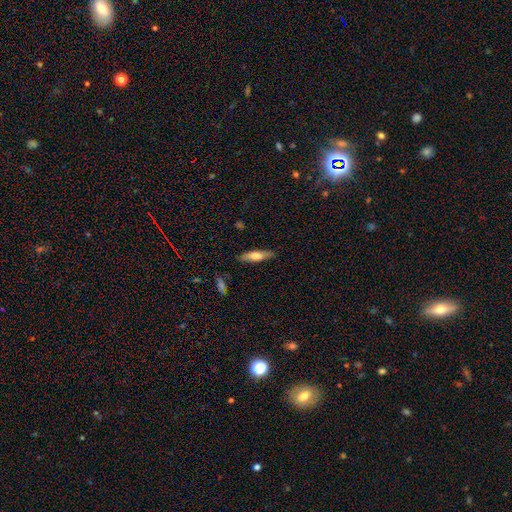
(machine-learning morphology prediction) Smooth or featured? Predicted: smooth (p=0.63). How rounded? Predicted: cigar-shaped (p=0.71). Merging? Predicted: none (p=0.85).